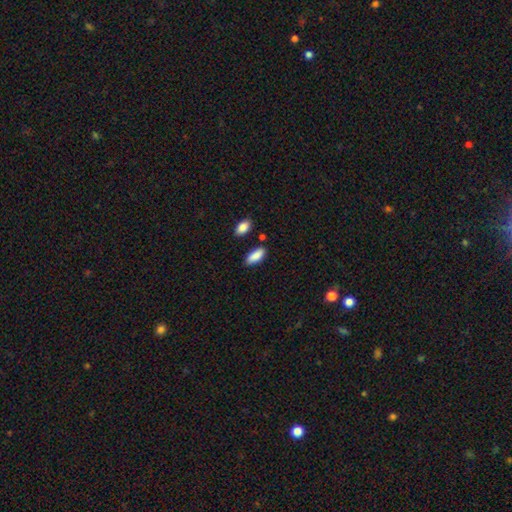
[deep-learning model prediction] A smooth galaxy with no disk features (89%) that is in between round and cigar-shaped (83%). Merging: none (79%).